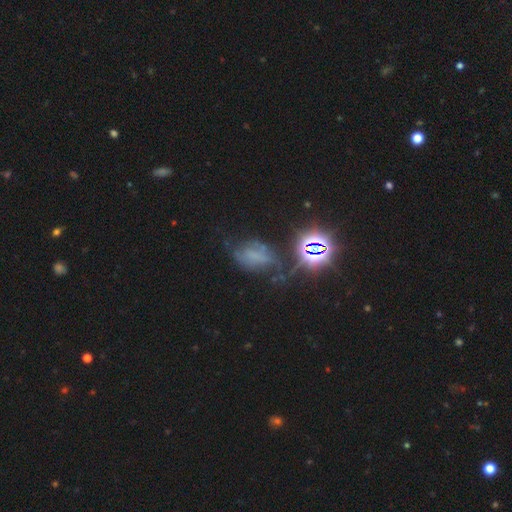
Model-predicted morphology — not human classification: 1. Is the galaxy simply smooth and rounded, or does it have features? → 37% star or artifact, 32% featured or disk, 31% smooth.